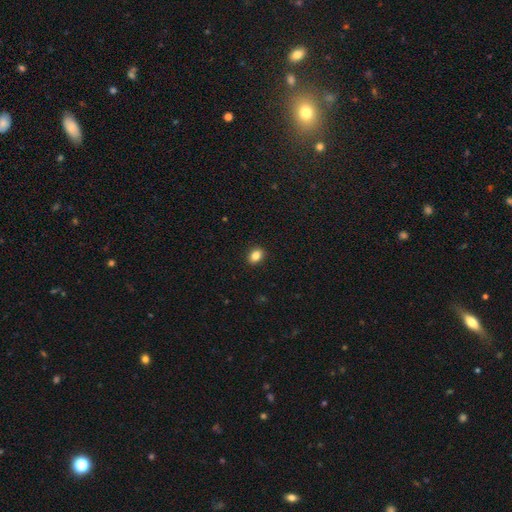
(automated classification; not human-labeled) Smooth or featured?
  - smooth: 85% *
  - star or artifact: 10%
  - featured or disk: 5%
How rounded?
  - in between: 61% *
  - round: 38%
  - cigar-shaped: 1%
Merging?
  - none: 91% *
  - minor disturbance: 6%
  - major disturbance: 2%
  - merger: 1%